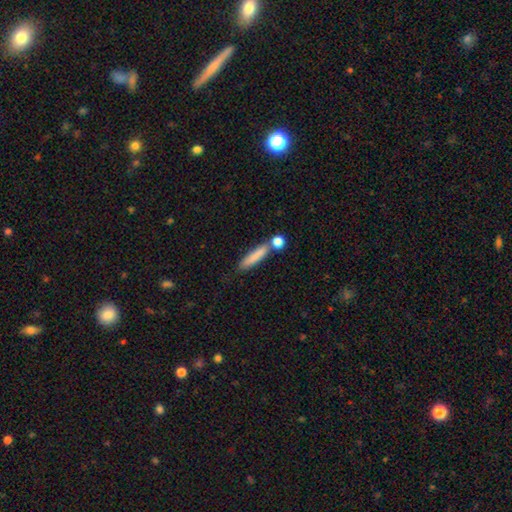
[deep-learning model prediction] Overall: smooth (81%). How rounded: cigar-shaped (79%). Merging: none (67%).